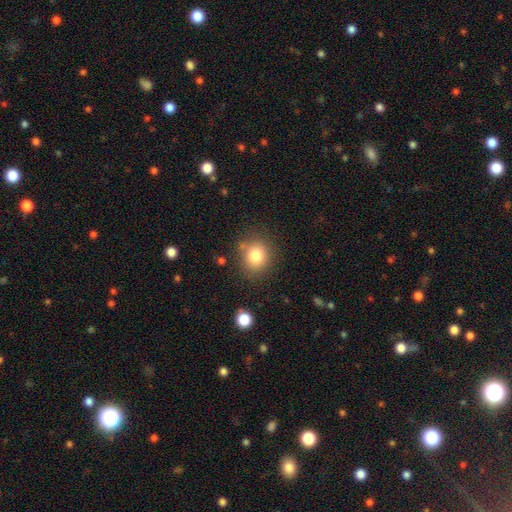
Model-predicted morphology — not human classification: smooth_or_featured: smooth (p=0.80) [alt: star or artifact p=0.11]
how_rounded: round (p=0.76) [alt: in between p=0.24]
merging: none (p=0.80) [alt: minor disturbance p=0.12]